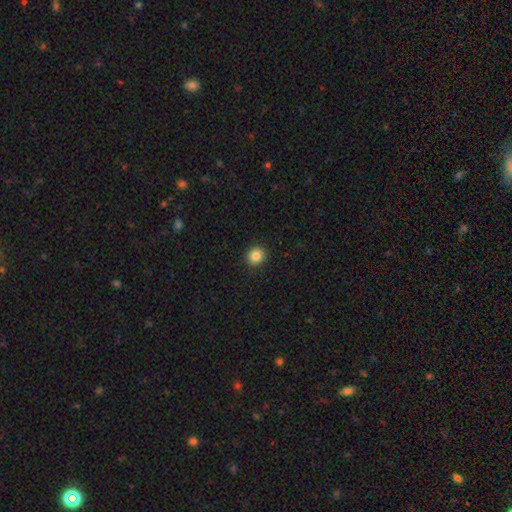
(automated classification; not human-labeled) This is clearly a smooth galaxy (86%). How rounded: clearly round (88%). Merging: clearly none (92%).